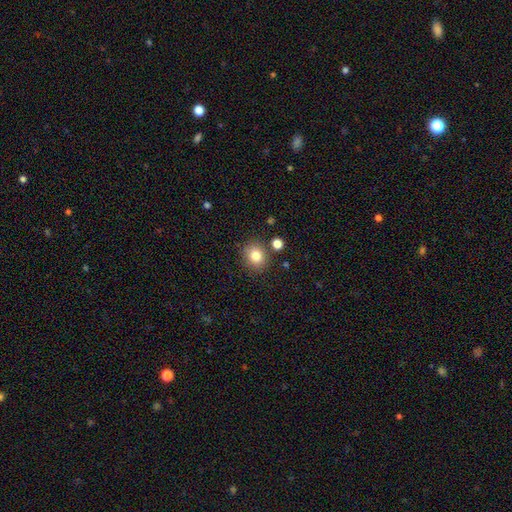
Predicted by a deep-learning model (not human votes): This is clearly a smooth galaxy (82%). How rounded: likely round (77%). Merging: clearly none (81%).